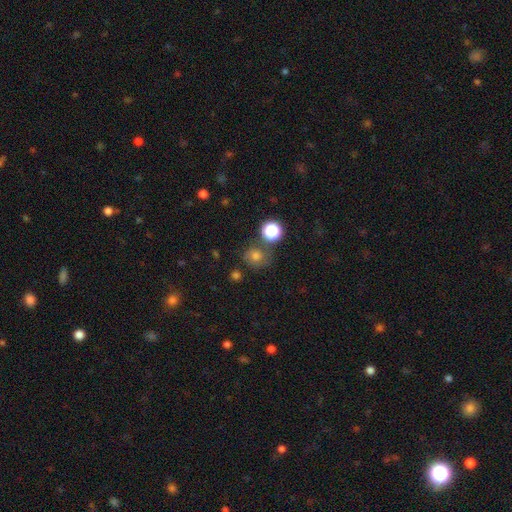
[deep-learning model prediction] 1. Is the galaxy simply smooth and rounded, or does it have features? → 68% smooth, 23% star or artifact, 10% featured or disk.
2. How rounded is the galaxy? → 83% round, 16% in between, 1% cigar-shaped.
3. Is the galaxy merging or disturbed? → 69% none, 14% minor disturbance, 11% merger, 6% major disturbance.